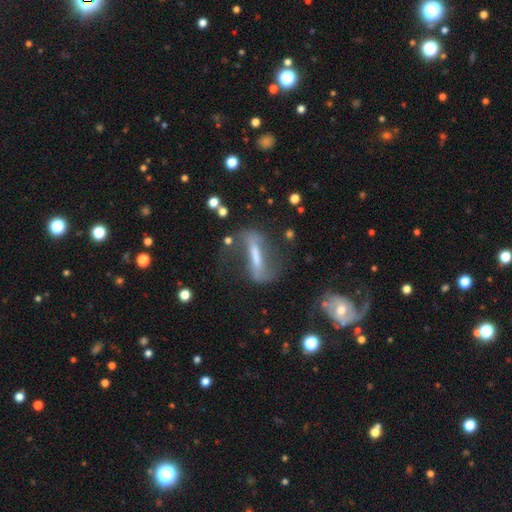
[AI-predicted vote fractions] Smooth or featured?
  - featured or disk: 65% *
  - smooth: 25%
  - star or artifact: 10%
Edge-on disk?
  - no: 74% *
  - yes: 26%
Merging?
  - none: 52% *
  - major disturbance: 22%
  - minor disturbance: 20%
  - merger: 6%